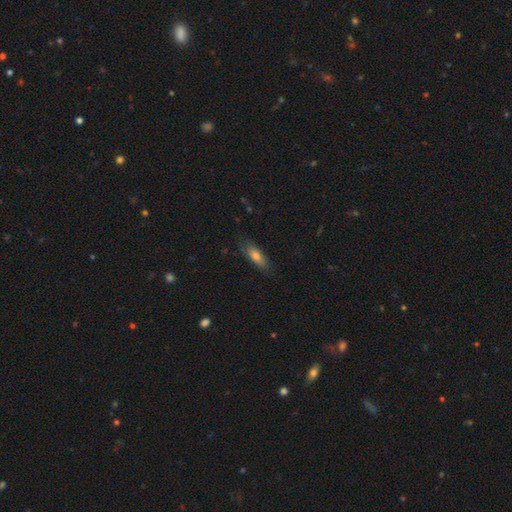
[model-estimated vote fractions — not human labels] smooth-or-featured: smooth: 72% | featured or disk: 20% | star or artifact: 8%
  how-rounded: in between: 58% | cigar-shaped: 40% | round: 3%
  merging: none: 79% | minor disturbance: 16% | major disturbance: 4% | merger: 1%